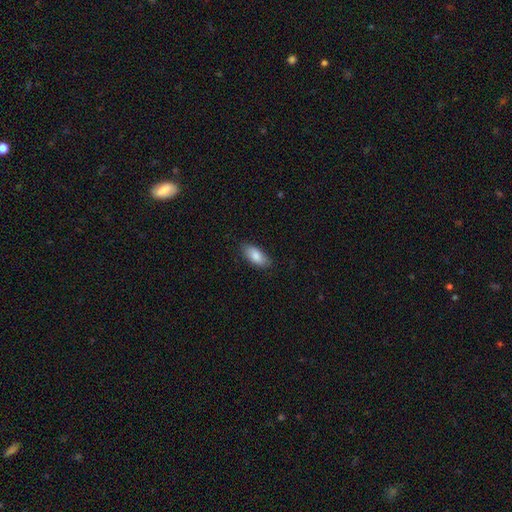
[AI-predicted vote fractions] Overall: smooth (86%). How rounded: in between (87%). Merging: none (84%).